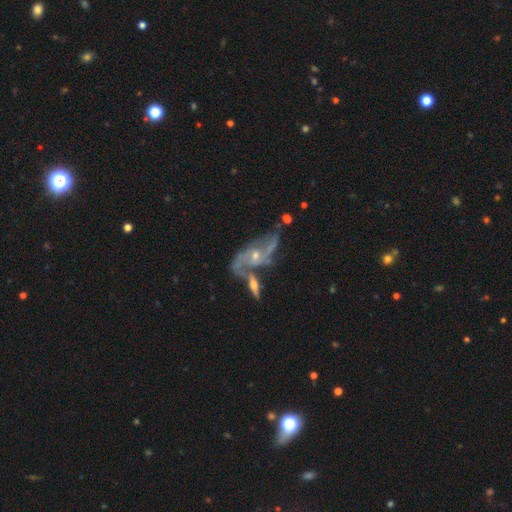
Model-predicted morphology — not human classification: A featured or disk galaxy (84%) with no bar (58%), 2 (69%) loose (47%) spiral arms (91%) and a small central bulge (60%).

Vote fractions:
- Smooth or featured? featured or disk: 84% / smooth: 9% / star or artifact: 7%
- Edge-on disk? no: 92% / yes: 8%
- Bar? no: 58% / weak: 33% / strong: 9%
- Spiral arms? yes: 91% / no: 9%
- Spiral winding? loose: 47% / medium: 37% / tight: 16%
- Spiral arm count? 2: 69% / can't tell: 13% / 3: 9% / 1: 3% / 4: 3% / more than 4: 2%
- Bulge size? small: 60% / moderate: 35% / none: 3% / large: 2% / dominant: 1%
- Merging? none: 36% / merger: 34% / minor disturbance: 16% / major disturbance: 14%